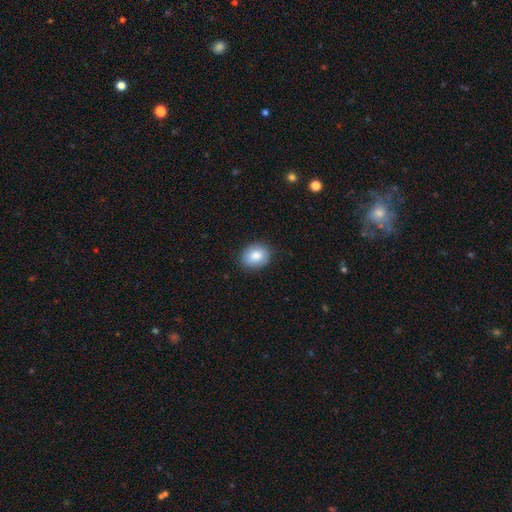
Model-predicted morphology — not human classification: smooth-or-featured: smooth: 83% | featured or disk: 9% | star or artifact: 7%
  how-rounded: in between: 52% | round: 47% | cigar-shaped: 1%
  merging: none: 83% | minor disturbance: 14% | major disturbance: 3% | merger: 1%